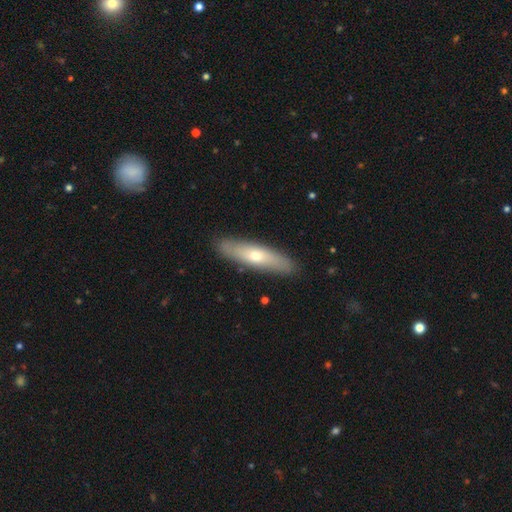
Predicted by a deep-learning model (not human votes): A smooth galaxy with no disk features (52%) that is cigar-shaped (72%). Merging: none (88%).